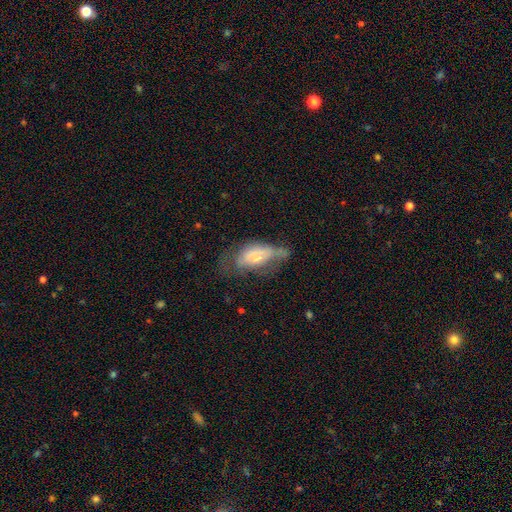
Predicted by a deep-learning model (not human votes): Smooth or featured? Predicted: smooth (p=0.57). How rounded? Predicted: in between (p=0.85). Merging? Predicted: major disturbance (p=0.39).